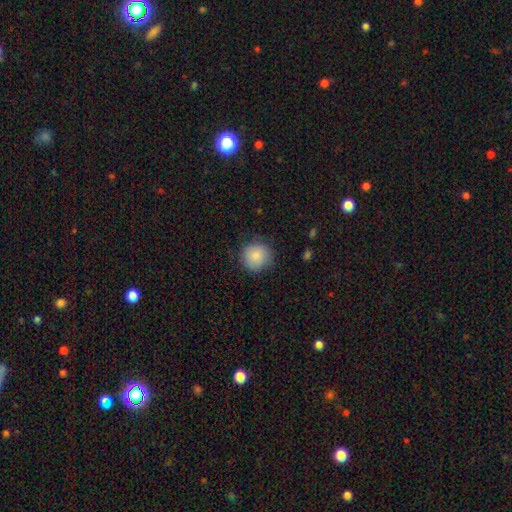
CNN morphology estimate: Q: Smooth or featured?
A: smooth (86%); runner-up: star or artifact (8%)
Q: How rounded?
A: round (92%); runner-up: in between (7%)
Q: Merging?
A: none (83%); runner-up: minor disturbance (13%)